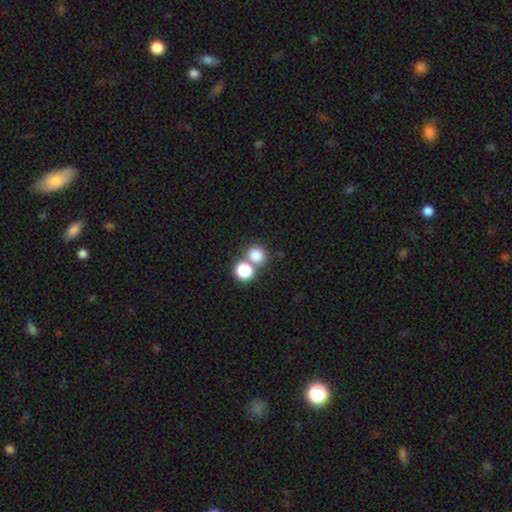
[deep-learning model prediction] Smooth or featured?
  - smooth: 79% *
  - star or artifact: 15%
  - featured or disk: 6%
How rounded?
  - round: 82% *
  - in between: 17%
  - cigar-shaped: 1%
Merging?
  - none: 57% *
  - merger: 34%
  - minor disturbance: 6%
  - major disturbance: 3%